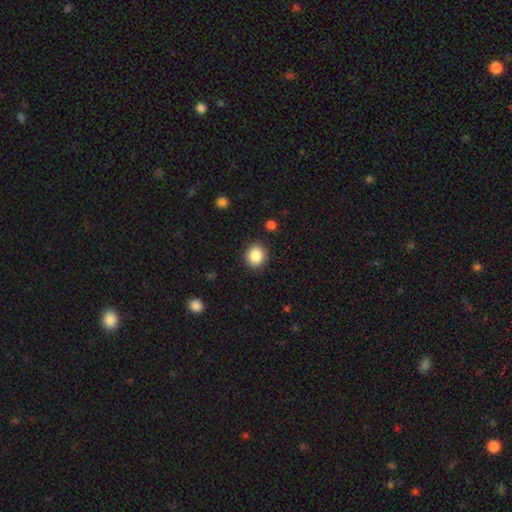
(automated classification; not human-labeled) A smooth galaxy with no disk features (87%) that is round (86%).

Vote fractions:
- Smooth or featured? smooth: 87% / star or artifact: 9% / featured or disk: 4%
- How rounded? round: 86% / in between: 13% / cigar-shaped: 1%
- Merging? none: 90% / minor disturbance: 6% / major disturbance: 2% / merger: 1%